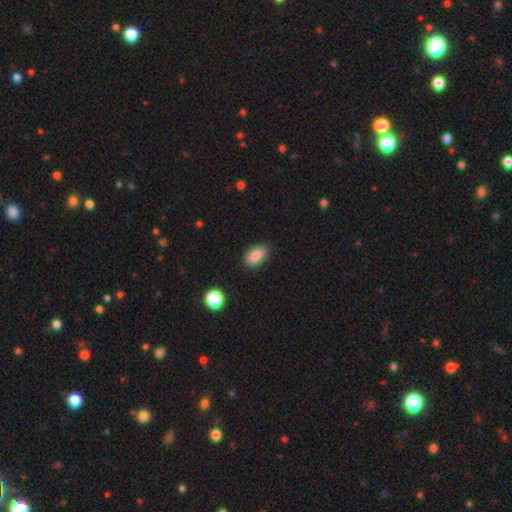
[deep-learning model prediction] Smooth or featured? Predicted: smooth (p=0.85). How rounded? Predicted: in between (p=0.88). Merging? Predicted: none (p=0.80).